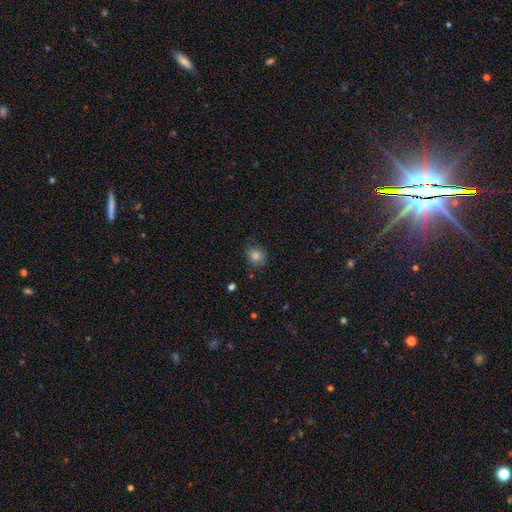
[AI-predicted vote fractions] Overall: smooth (83%). How rounded: round (86%). Merging: none (84%).